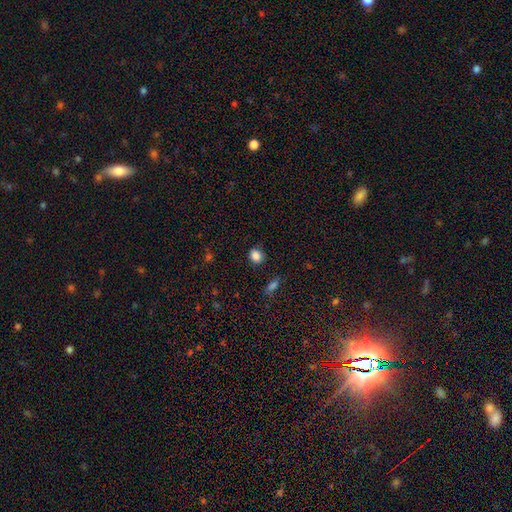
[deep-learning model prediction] Overall: smooth (85%). How rounded: round (64%; in between 35%). Merging: none (83%).